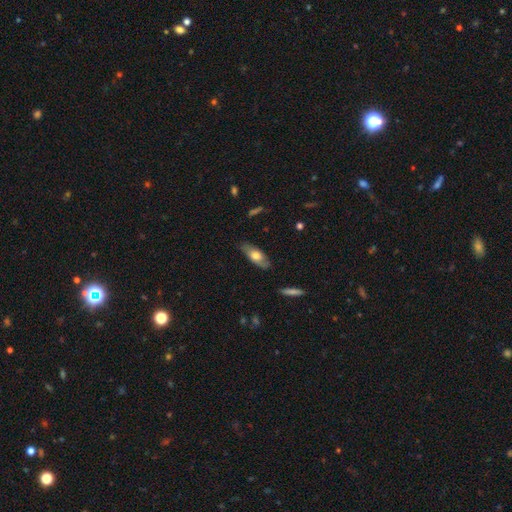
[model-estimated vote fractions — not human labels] A smooth galaxy with no disk features (59%) that is in between round and cigar-shaped (76%).

Vote fractions:
- Smooth or featured? smooth: 59% / featured or disk: 35% / star or artifact: 6%
- How rounded? in between: 76% / cigar-shaped: 21% / round: 3%
- Merging? none: 81% / minor disturbance: 15% / major disturbance: 3% / merger: 1%